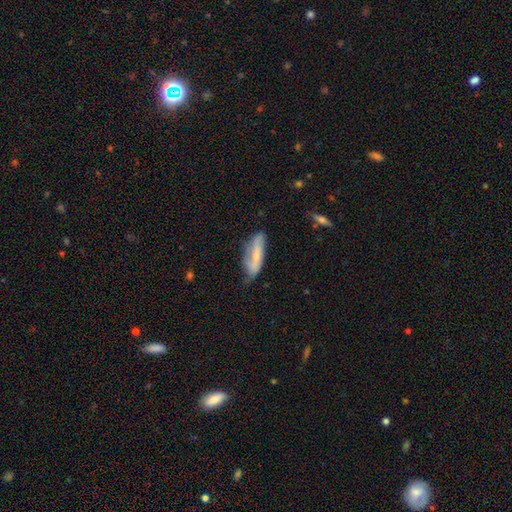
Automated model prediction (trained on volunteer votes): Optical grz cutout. It shows a smooth galaxy with no disk features (52%) that is cigar-shaped (51%). Merging: none (55%).